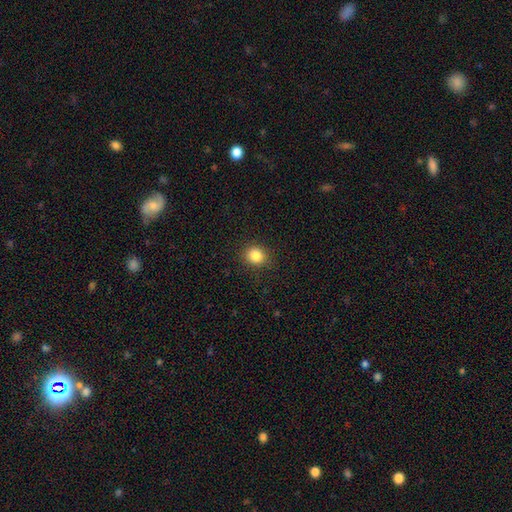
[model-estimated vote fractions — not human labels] Morphology: type=smooth (84%); roundness=round (78%); merging=none (90%).